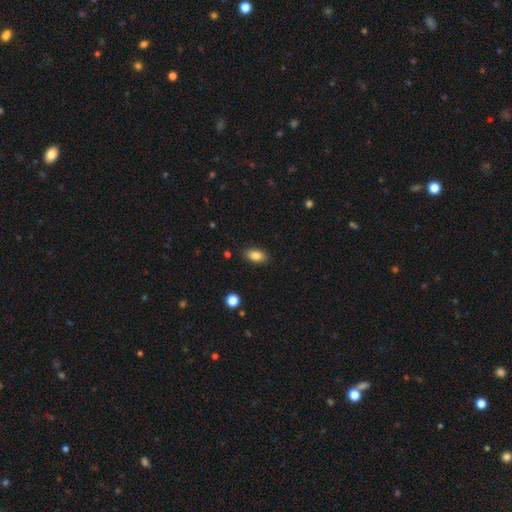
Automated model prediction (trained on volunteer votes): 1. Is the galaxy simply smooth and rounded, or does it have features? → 85% smooth, 8% star or artifact, 7% featured or disk.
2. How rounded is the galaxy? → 90% in between, 6% round, 4% cigar-shaped.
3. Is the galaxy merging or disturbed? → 86% none, 10% minor disturbance, 2% major disturbance, 1% merger.